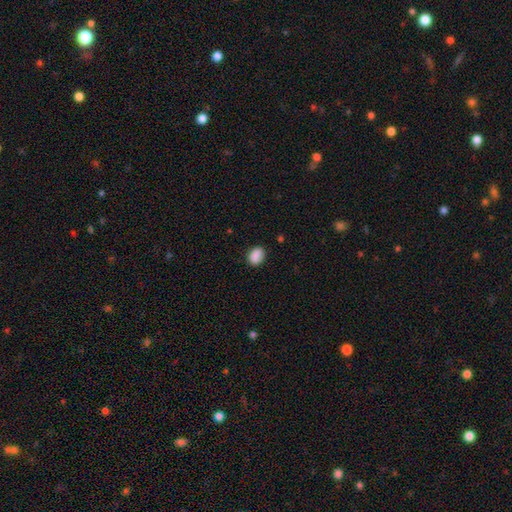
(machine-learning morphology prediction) Smooth or featured?
  - smooth: 88% *
  - star or artifact: 8%
  - featured or disk: 4%
How rounded?
  - in between: 67% *
  - round: 31%
  - cigar-shaped: 1%
Merging?
  - none: 81% *
  - minor disturbance: 14%
  - major disturbance: 3%
  - merger: 2%